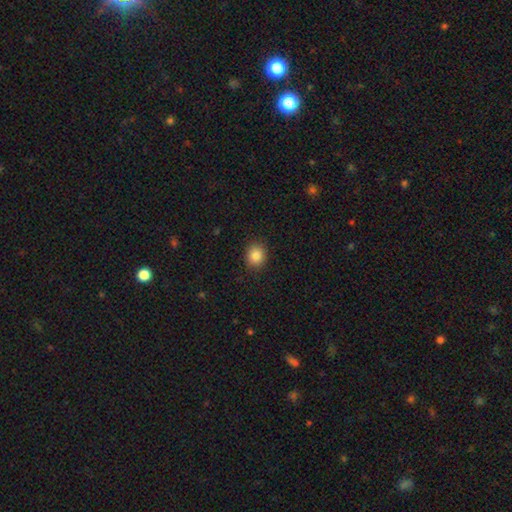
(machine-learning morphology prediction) Smooth or featured? Predicted: smooth (p=0.85). How rounded? Predicted: round (p=0.74). Merging? Predicted: none (p=0.89).